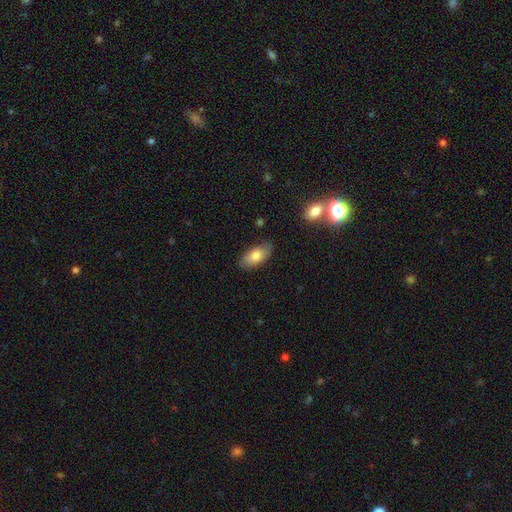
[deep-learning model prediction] This appears to be a smooth galaxy with no disk features (72%) that is in between round and cigar-shaped (91%). Merging: none (77%).